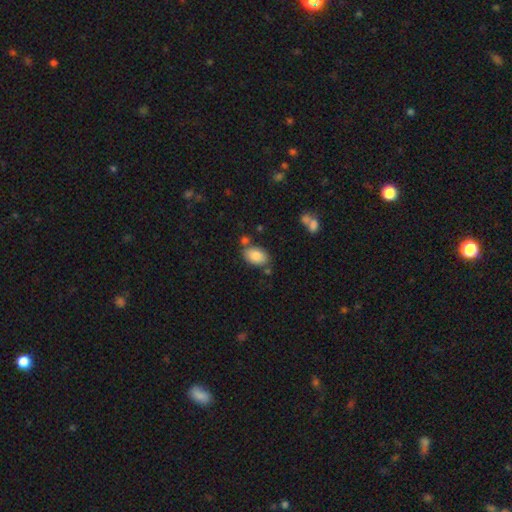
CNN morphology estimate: Smooth or featured?
  - smooth: 83% *
  - featured or disk: 10%
  - star or artifact: 7%
How rounded?
  - in between: 88% *
  - round: 11%
  - cigar-shaped: 1%
Merging?
  - none: 72% *
  - minor disturbance: 15%
  - merger: 10%
  - major disturbance: 4%